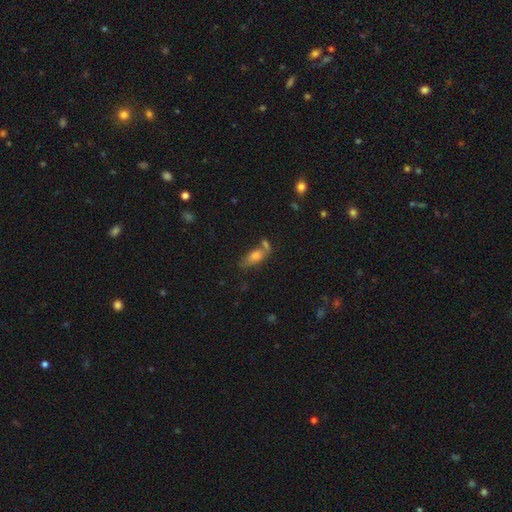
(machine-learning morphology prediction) Smooth or featured: smooth — 66% (featured or disk — 24%)
How rounded: in between — 73% (cigar-shaped — 23%)
Merging: none — 47% (merger — 28%)